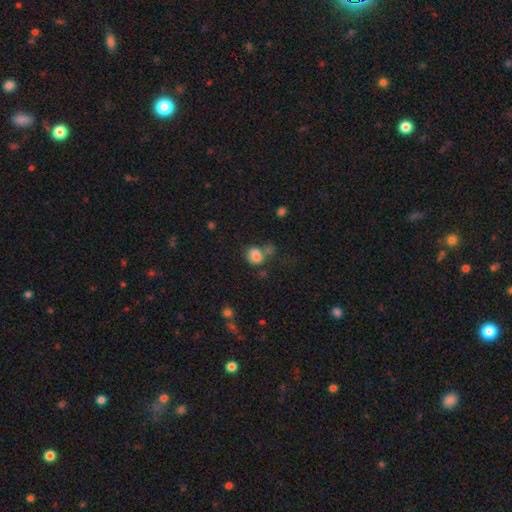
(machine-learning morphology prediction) smooth-or-featured: smooth: 82% | star or artifact: 11% | featured or disk: 7%
  how-rounded: round: 54% | in between: 45% | cigar-shaped: 1%
  merging: none: 54% | merger: 21% | minor disturbance: 17% | major disturbance: 8%